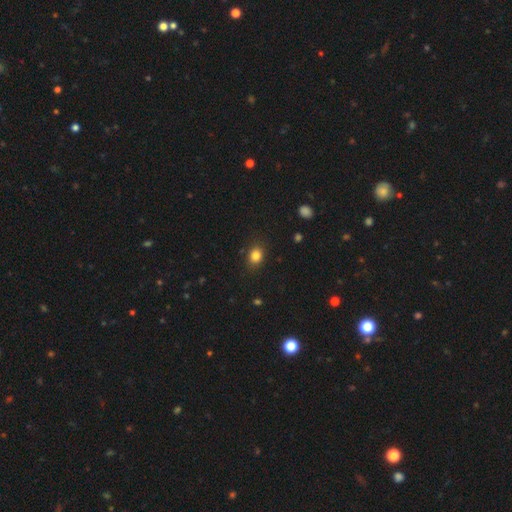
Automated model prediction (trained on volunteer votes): Overall: smooth (83%). How rounded: round (52%; in between 47%). Merging: none (84%).